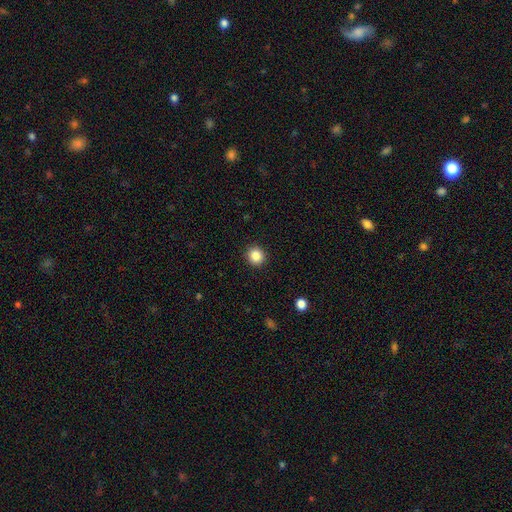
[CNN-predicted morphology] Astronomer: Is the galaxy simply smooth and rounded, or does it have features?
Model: smooth — 86%.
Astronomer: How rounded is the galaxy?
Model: round — 91%.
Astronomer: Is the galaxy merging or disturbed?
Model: none — 92%.